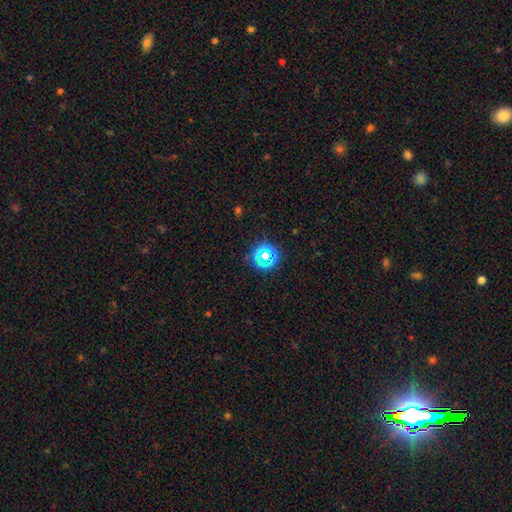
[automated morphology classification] This is possibly a star or artifact rather than a galaxy (51%).